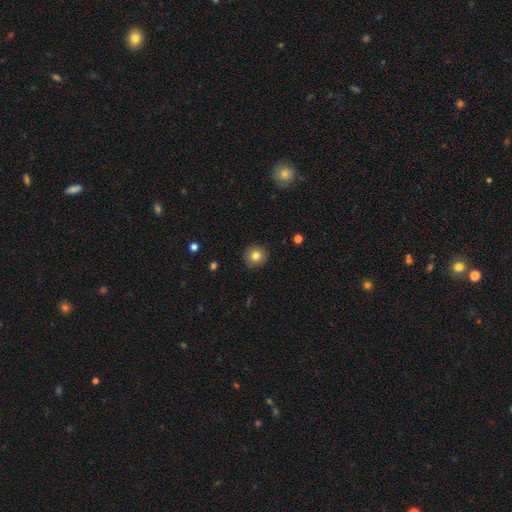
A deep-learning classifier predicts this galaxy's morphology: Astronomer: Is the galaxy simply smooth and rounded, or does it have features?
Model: smooth — 80%.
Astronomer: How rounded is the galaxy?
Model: round — 93%.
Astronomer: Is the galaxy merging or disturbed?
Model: none — 90%.